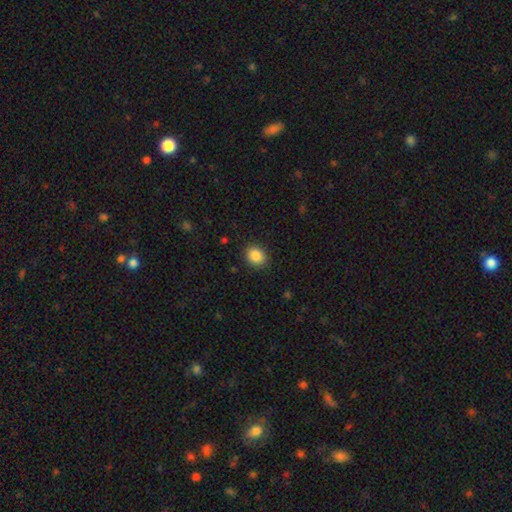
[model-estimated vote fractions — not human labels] Overall: smooth (87%). How rounded: round (51%; in between 49%). Merging: none (88%).